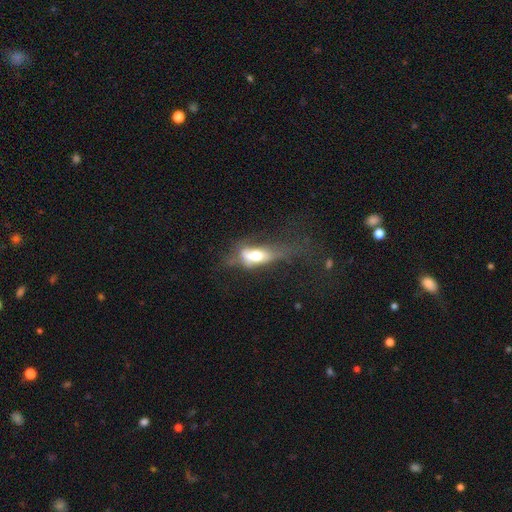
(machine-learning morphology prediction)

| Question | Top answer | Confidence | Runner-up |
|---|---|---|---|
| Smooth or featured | smooth | 53% | featured or disk (37%) |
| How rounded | in between | 75% | cigar-shaped (18%) |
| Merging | major disturbance | 47% | minor disturbance (22%) |